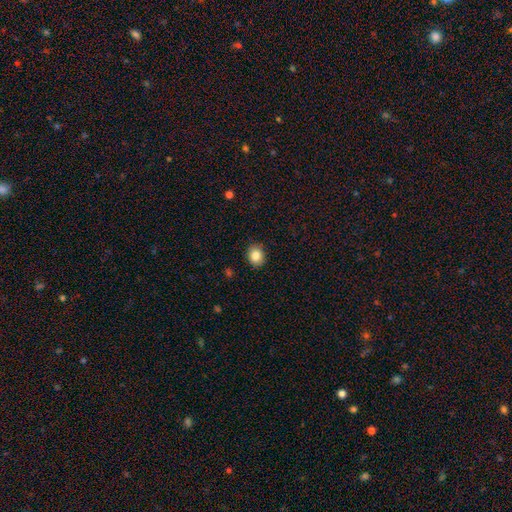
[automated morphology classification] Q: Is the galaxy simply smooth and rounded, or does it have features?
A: smooth — 83%.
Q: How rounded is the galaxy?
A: round — 59%.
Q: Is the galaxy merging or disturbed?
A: none — 89%.